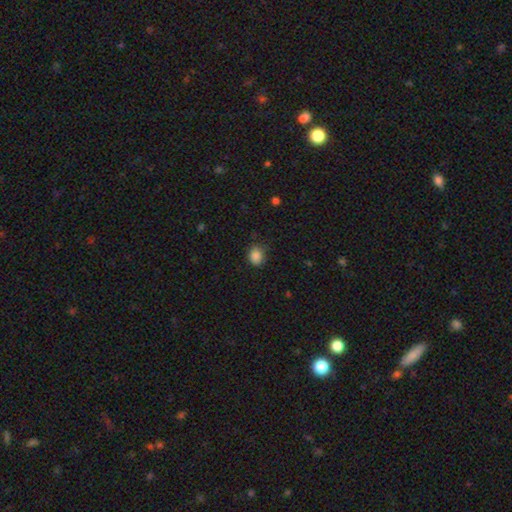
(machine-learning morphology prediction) The model was most divided on "how rounded": round: 57%, in between: 42%, cigar-shaped: 1%. More confident: smooth or featured — smooth (86%); merging — none (76%).